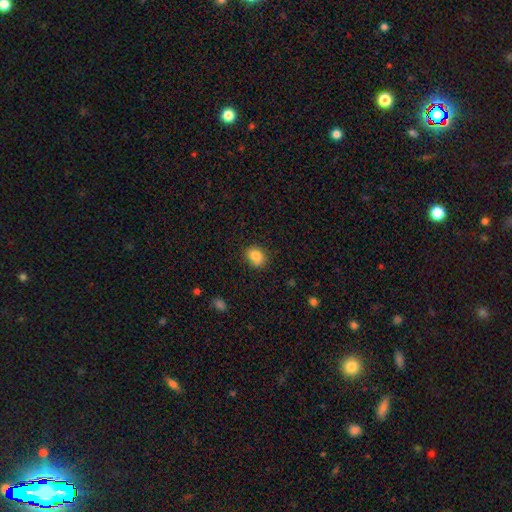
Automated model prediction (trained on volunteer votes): Smooth or featured: smooth — 84% (star or artifact — 10%)
How rounded: round — 51% (in between — 48%)
Merging: none — 85% (minor disturbance — 11%)